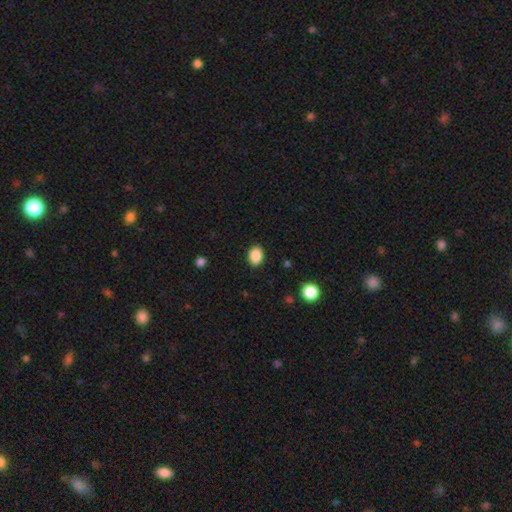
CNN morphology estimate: smooth_or_featured: smooth (p=0.88) [alt: star or artifact p=0.09]
how_rounded: in between (p=0.67) [alt: round p=0.32]
merging: none (p=0.89) [alt: minor disturbance p=0.08]